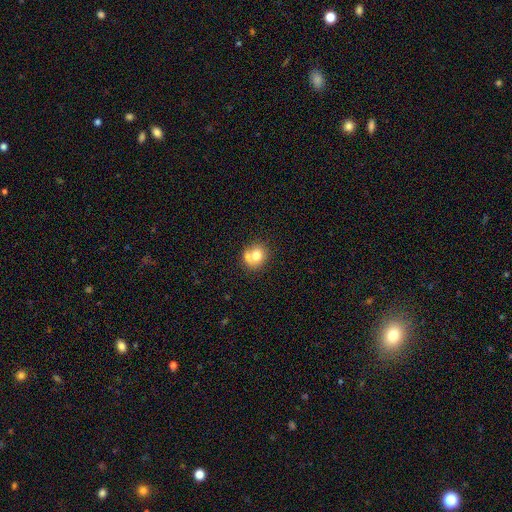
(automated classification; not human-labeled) Smooth or featured? smooth (72%)
How rounded? round (74%)
Merging? none (43%)